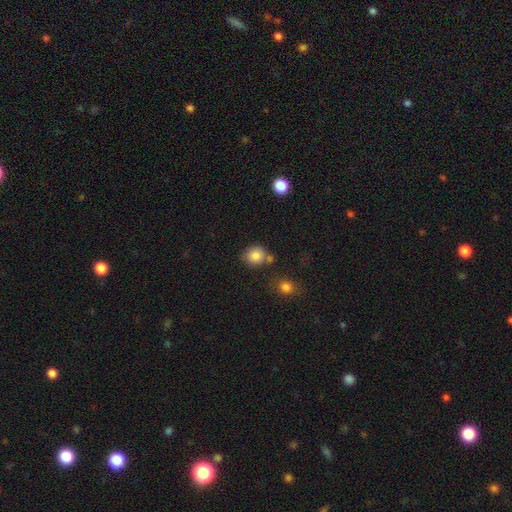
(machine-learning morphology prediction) The model was most divided on "merging": none: 67%, minor disturbance: 15%, merger: 14%, major disturbance: 4%. More confident: smooth or featured — smooth (84%); how rounded — round (76%).